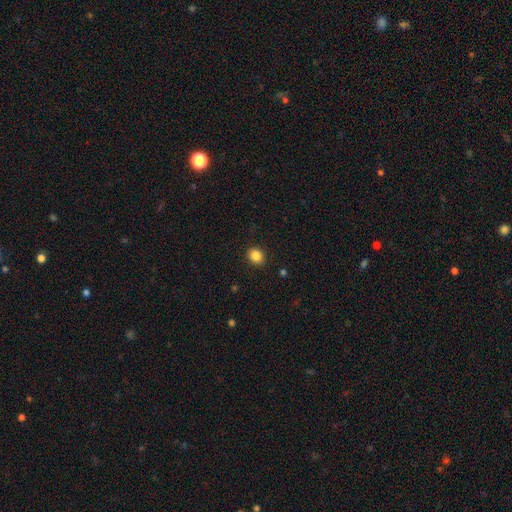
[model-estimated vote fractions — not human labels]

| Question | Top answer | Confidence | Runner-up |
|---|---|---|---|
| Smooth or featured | smooth | 86% | star or artifact (10%) |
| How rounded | round | 61% | in between (38%) |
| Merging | none | 90% | minor disturbance (7%) |